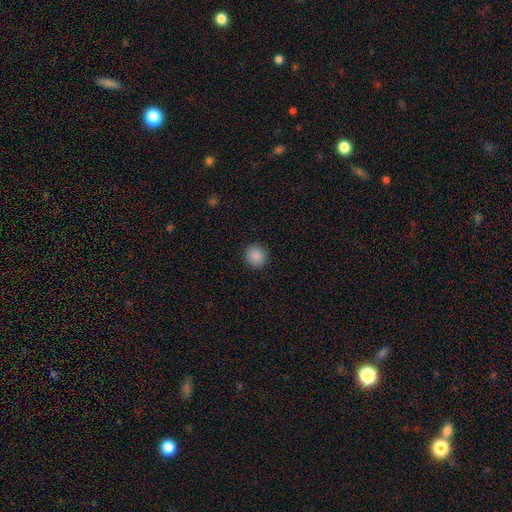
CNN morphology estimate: Overall: smooth (88%). How rounded: round (91%). Merging: none (92%).